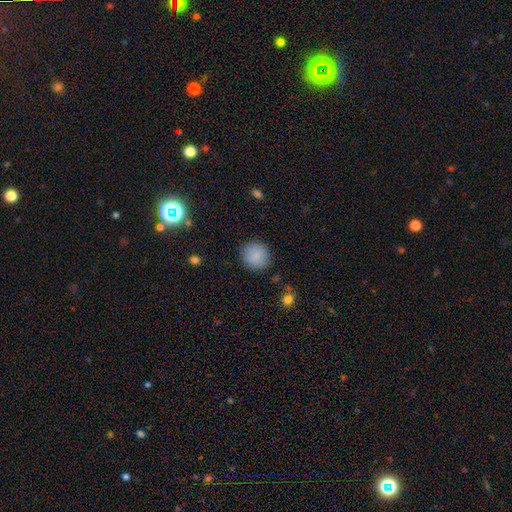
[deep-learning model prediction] Smooth or featured? smooth (86%)
How rounded? round (90%)
Merging? none (88%)